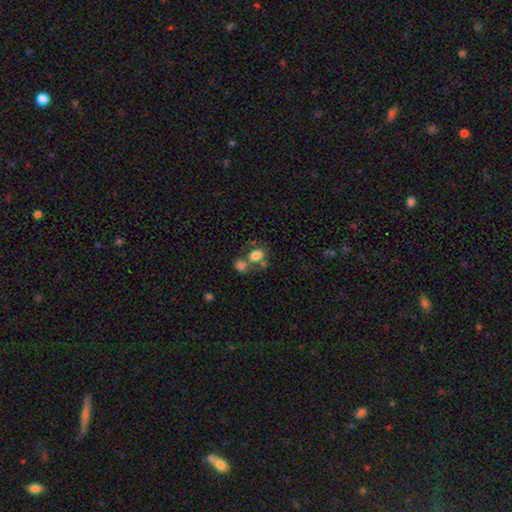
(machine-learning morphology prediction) Smooth or featured? Predicted: smooth (p=0.78). How rounded? Predicted: in between (p=0.69). Merging? Predicted: merger (p=0.41, tied with none).